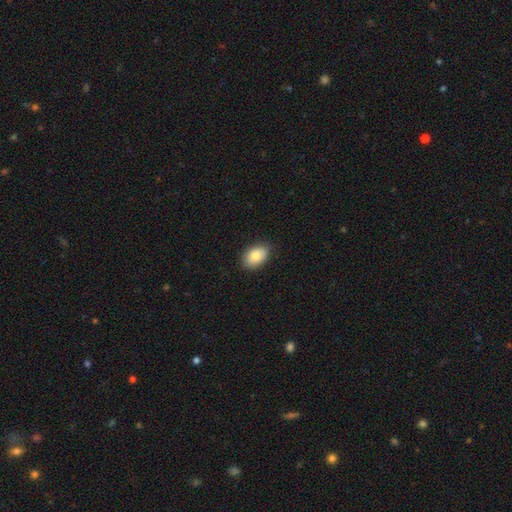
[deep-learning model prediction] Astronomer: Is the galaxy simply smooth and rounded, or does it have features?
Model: smooth — 84%.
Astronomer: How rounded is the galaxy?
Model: in between — 87%.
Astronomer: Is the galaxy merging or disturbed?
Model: none — 85%.